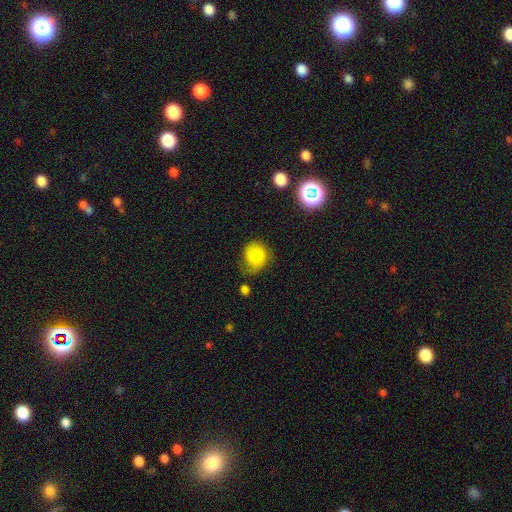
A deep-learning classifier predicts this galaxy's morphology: Smooth or featured?
  - smooth: 75% *
  - featured or disk: 15%
  - star or artifact: 10%
How rounded?
  - round: 67% *
  - in between: 32%
  - cigar-shaped: 1%
Merging?
  - none: 44% *
  - minor disturbance: 33%
  - major disturbance: 19%
  - merger: 3%